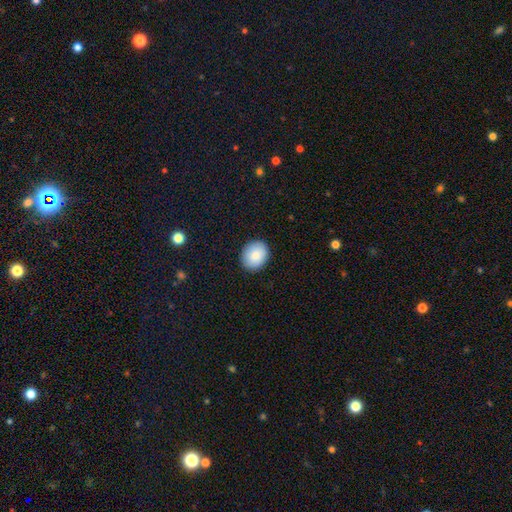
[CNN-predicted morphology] Smooth or featured: smooth — 86% (star or artifact — 7%)
How rounded: round — 61% (in between — 38%)
Merging: none — 90% (minor disturbance — 8%)